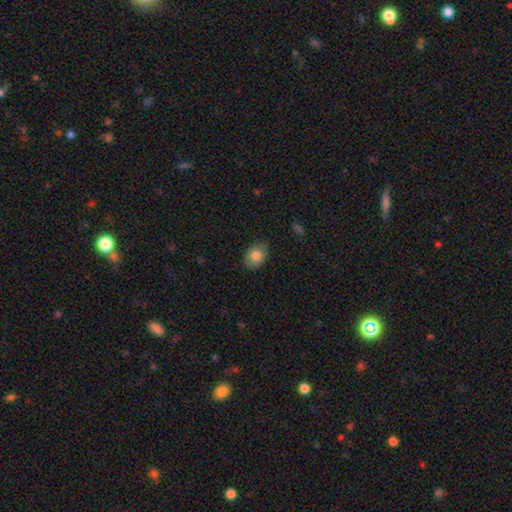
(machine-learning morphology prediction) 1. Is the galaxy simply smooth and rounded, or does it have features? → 81% smooth, 11% featured or disk, 8% star or artifact.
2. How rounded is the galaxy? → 70% in between, 29% round, 1% cigar-shaped.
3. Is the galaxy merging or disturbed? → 82% none, 15% minor disturbance, 3% major disturbance, 1% merger.